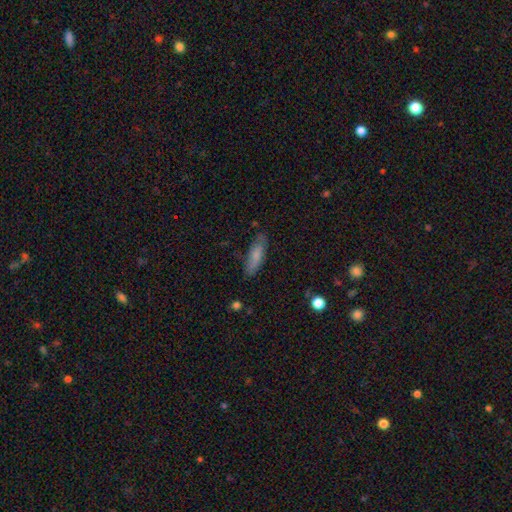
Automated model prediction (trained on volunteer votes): Q: Smooth or featured?
A: smooth (73%); runner-up: featured or disk (20%)
Q: How rounded?
A: cigar-shaped (56%); runner-up: in between (42%)
Q: Merging?
A: none (79%); runner-up: minor disturbance (16%)